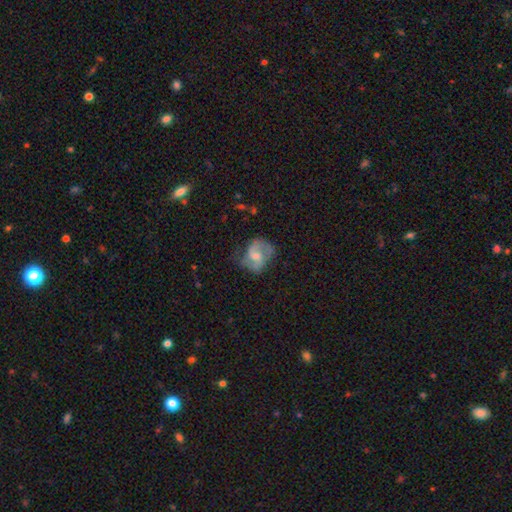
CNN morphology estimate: A featured or disk galaxy (70%) with a weak bar (49%), 2 (84%) medium (50%) spiral arms (89%) and a moderate central bulge (45%). Merging: none (58%).